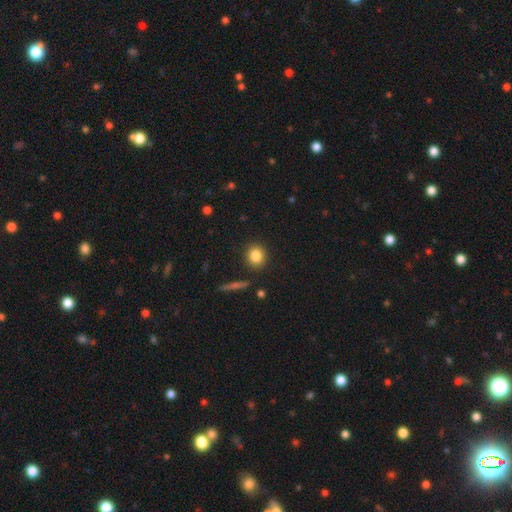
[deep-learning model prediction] A smooth galaxy with no disk features (84%) that is round (82%). Merging: none (90%).